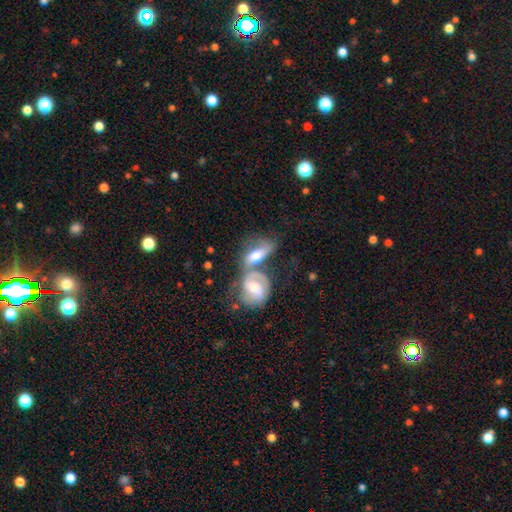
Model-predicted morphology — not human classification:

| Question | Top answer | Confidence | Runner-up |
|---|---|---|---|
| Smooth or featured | featured or disk | 57% | smooth (37%) |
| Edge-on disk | no | 86% | yes (14%) |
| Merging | merger | 65% | none (17%) |